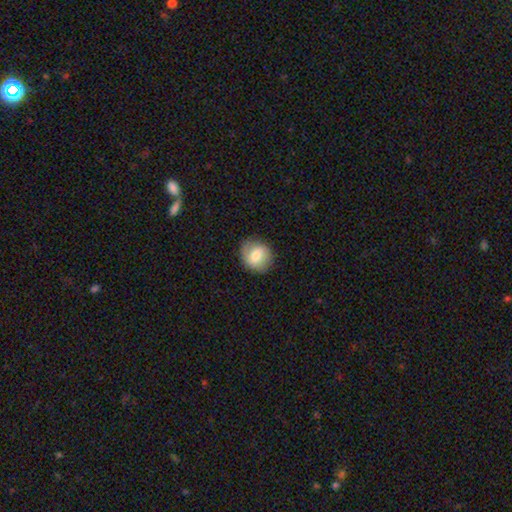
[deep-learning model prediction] Smooth or featured? Predicted: smooth (p=0.74). How rounded? Predicted: round (p=0.79). Merging? Predicted: none (p=0.83).